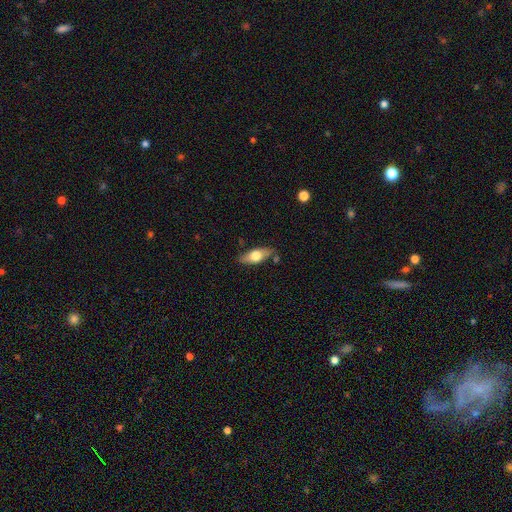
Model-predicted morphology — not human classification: Smooth or featured? smooth (64%)
How rounded? in between (79%)
Merging? none (77%)